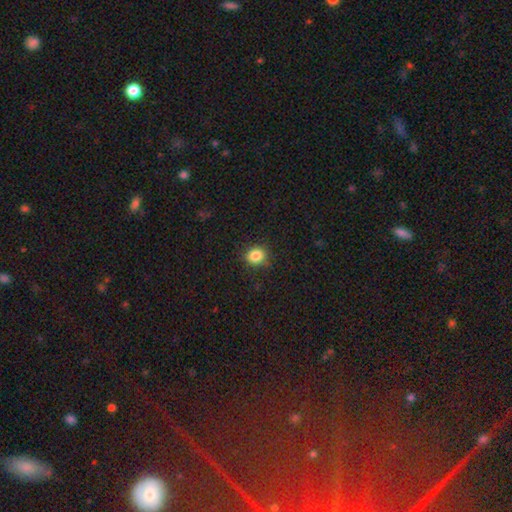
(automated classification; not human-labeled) This is clearly a smooth galaxy (85%). How rounded: likely round (73%). Merging: clearly none (85%).